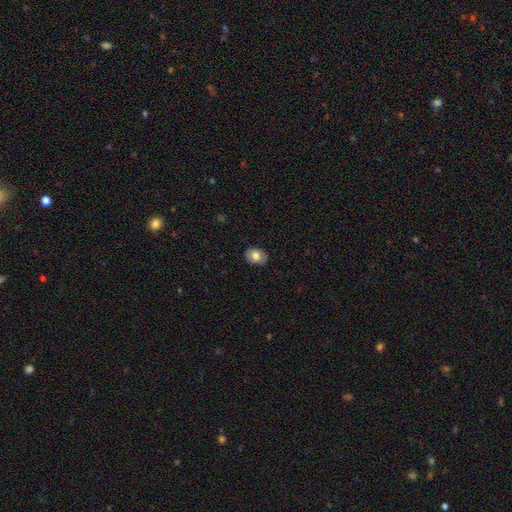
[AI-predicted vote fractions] Smooth or featured? smooth (75%)
How rounded? in between (65%)
Merging? none (85%)